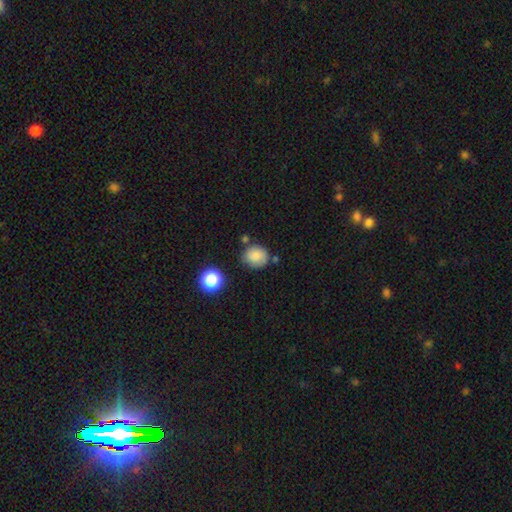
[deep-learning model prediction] smooth-or-featured: smooth: 82% | star or artifact: 10% | featured or disk: 9%
  how-rounded: round: 78% | in between: 21% | cigar-shaped: 1%
  merging: none: 71% | minor disturbance: 18% | merger: 6% | major disturbance: 5%